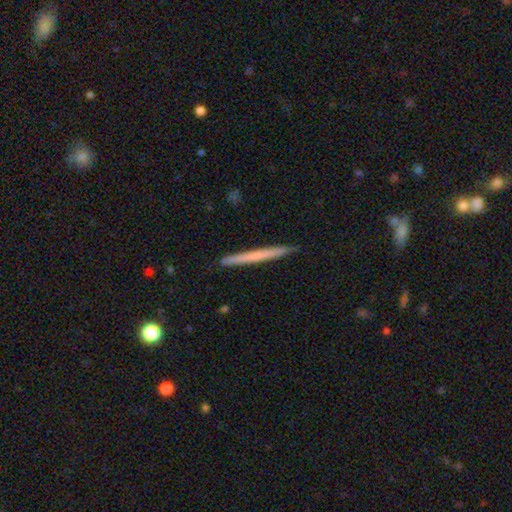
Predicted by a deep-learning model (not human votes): This appears to be a smooth galaxy with no disk features (55%) that is cigar-shaped (97%). Merging: none (92%).